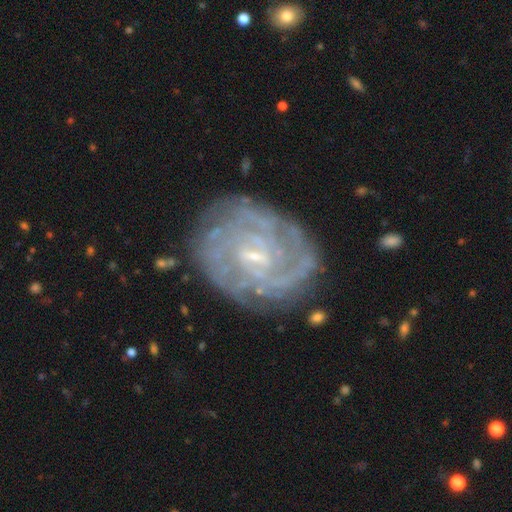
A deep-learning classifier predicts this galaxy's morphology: Smooth or featured? featured or disk (83%)
Edge-on disk? no (97%)
Bar? weak (55%)
Spiral arms? yes (92%)
Spiral winding? tight (71%)
Spiral arm count? can't tell (41%)
Bulge size? small (72%)
Merging? none (76%)